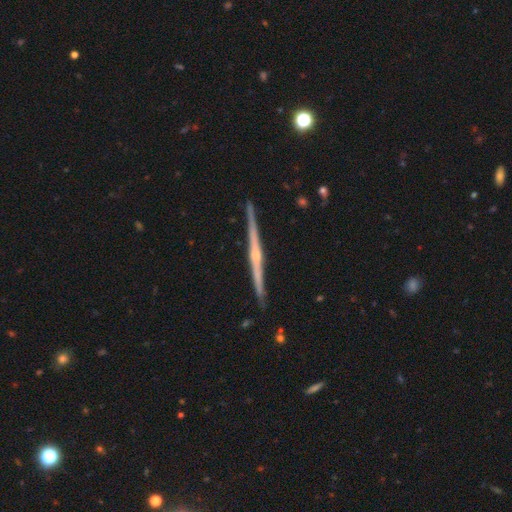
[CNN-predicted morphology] This is clearly a featured or disk galaxy (83%). It is clearly viewed edge-on (99%). Edge-on bulge: possibly rounded (59%). Merging: clearly none (91%).